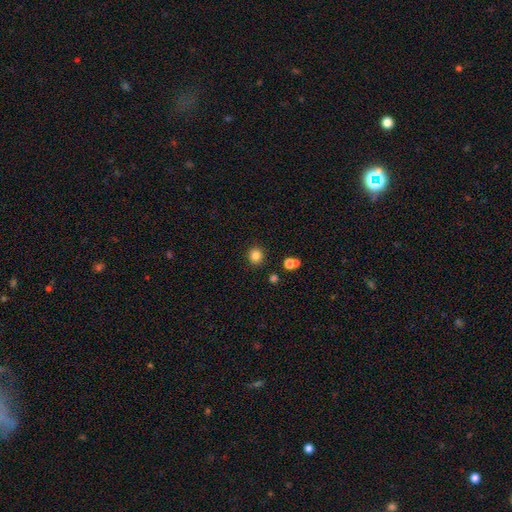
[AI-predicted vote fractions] Smooth or featured?
  - smooth: 84% *
  - star or artifact: 12%
  - featured or disk: 5%
How rounded?
  - round: 92% *
  - in between: 7%
  - cigar-shaped: 1%
Merging?
  - none: 89% *
  - minor disturbance: 6%
  - merger: 3%
  - major disturbance: 2%